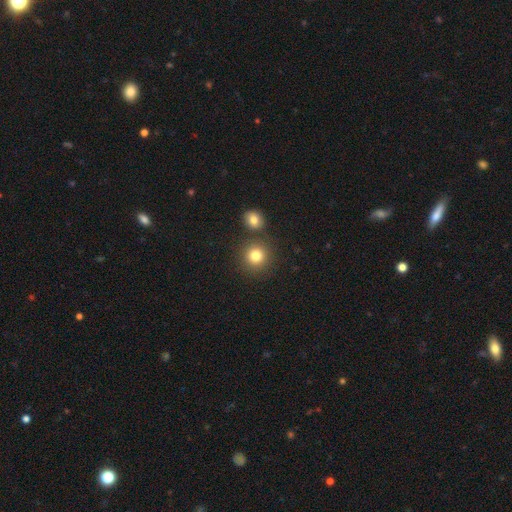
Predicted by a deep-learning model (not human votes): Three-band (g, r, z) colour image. It shows a smooth galaxy with no disk features (82%) that is round (91%). Merging: none (79%).